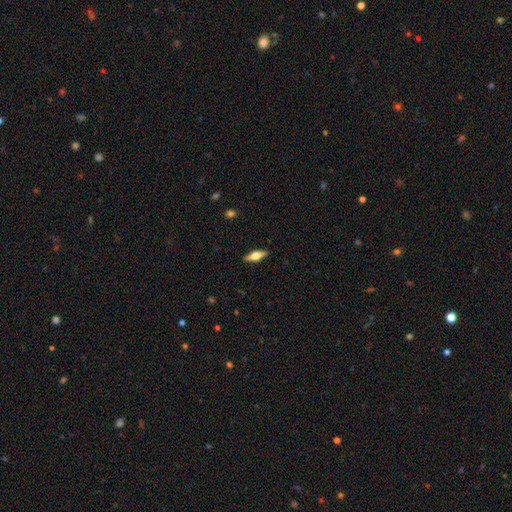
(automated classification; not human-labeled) The model was most divided on "smooth or featured" (2-way tie): featured or disk: 47%, smooth: 47%, star or artifact: 6%. More confident: merging — none (90%).